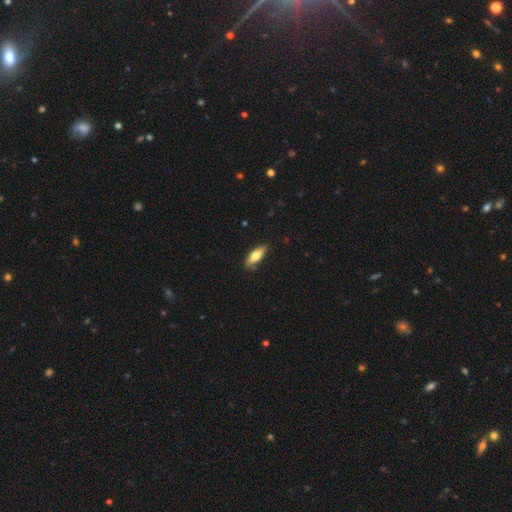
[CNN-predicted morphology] smooth-or-featured: smooth: 71% | featured or disk: 23% | star or artifact: 6%
  how-rounded: in between: 62% | cigar-shaped: 35% | round: 2%
  merging: none: 79% | minor disturbance: 16% | major disturbance: 3% | merger: 2%